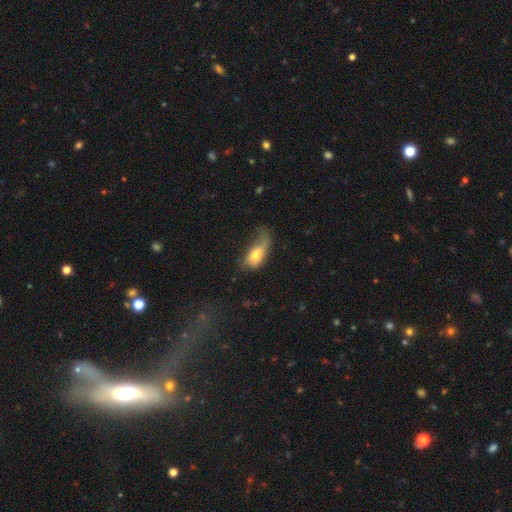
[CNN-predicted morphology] This appears to be a smooth galaxy with no disk features (65%) that is in between round and cigar-shaped (80%). Merging: major disturbance (39%).